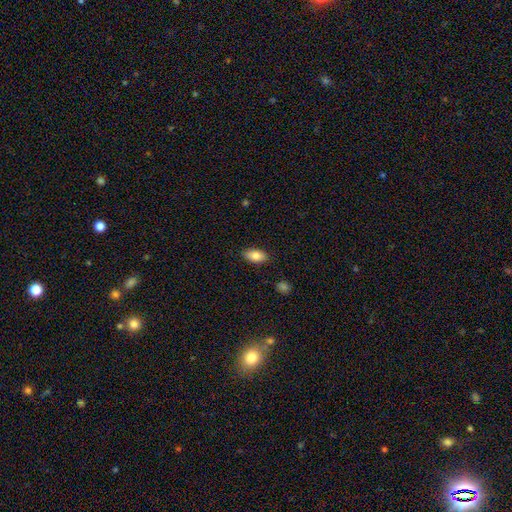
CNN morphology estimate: Smooth or featured?
  - smooth: 82% *
  - featured or disk: 11%
  - star or artifact: 7%
How rounded?
  - in between: 92% *
  - round: 4%
  - cigar-shaped: 4%
Merging?
  - none: 87% *
  - minor disturbance: 10%
  - major disturbance: 2%
  - merger: 1%